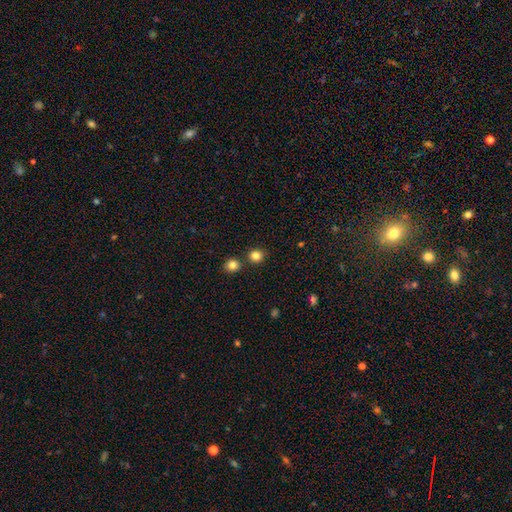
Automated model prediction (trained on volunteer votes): A smooth galaxy with no disk features (83%) that is round (83%).

Vote fractions:
- Smooth or featured? smooth: 83% / star or artifact: 12% / featured or disk: 4%
- How rounded? round: 83% / in between: 16% / cigar-shaped: 1%
- Merging? none: 79% / merger: 11% / minor disturbance: 7% / major disturbance: 2%